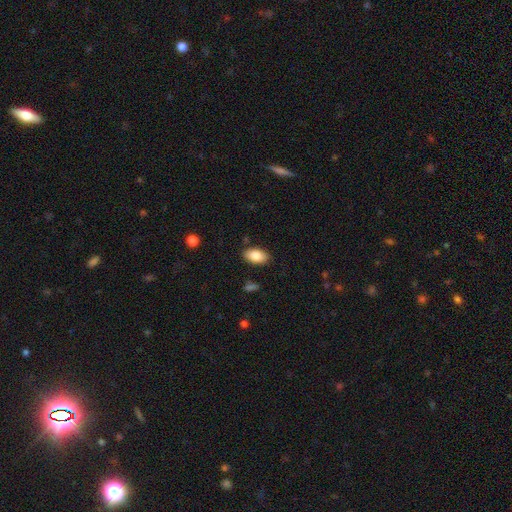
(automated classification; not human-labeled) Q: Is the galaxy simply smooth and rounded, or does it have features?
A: smooth — 84%.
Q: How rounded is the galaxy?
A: in between — 93%.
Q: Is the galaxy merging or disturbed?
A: none — 86%.